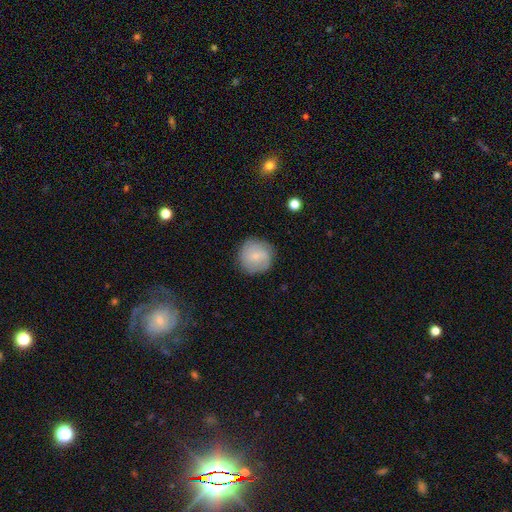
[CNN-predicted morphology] smooth 48%, featured or disk 45%, star or artifact 7%. Down the decision tree: merging — none (83%).